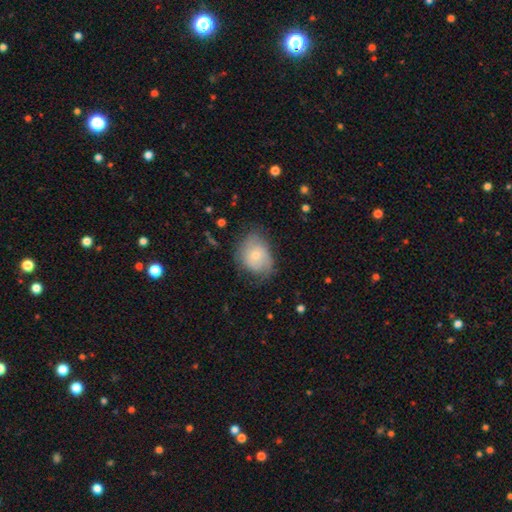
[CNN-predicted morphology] type=smooth (54%); roundness=in between (55%); merging=none (58%).